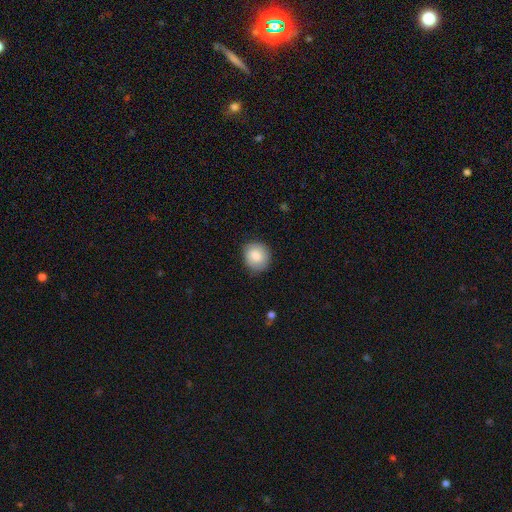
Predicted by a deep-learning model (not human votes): smooth 77%, featured or disk 16%, star or artifact 7%. Down the decision tree: how rounded — round (82%); merging — none (81%).